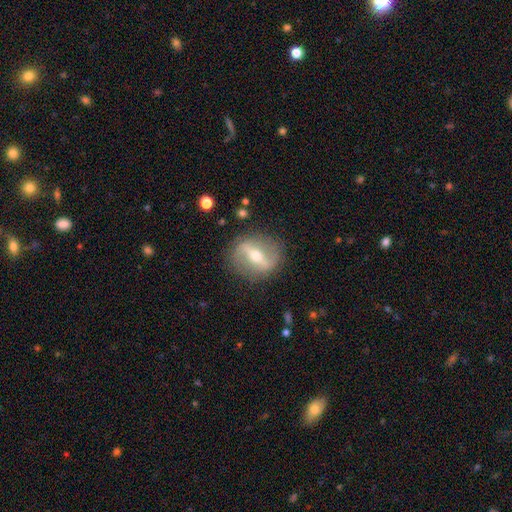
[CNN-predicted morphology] type=featured or disk (75%); edge-on=no (79%); bar=strong (73%); spiral arms=no (57%); bulge=moderate (63%); merging=none (83%).